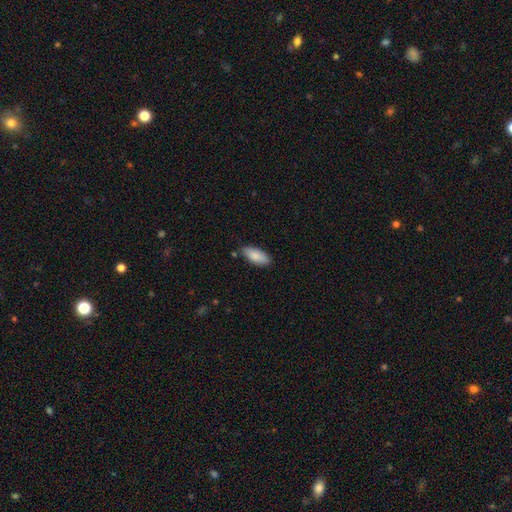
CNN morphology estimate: smooth 87%, featured or disk 7%, star or artifact 6%. Down the decision tree: how rounded — in between (84%); merging — none (83%).